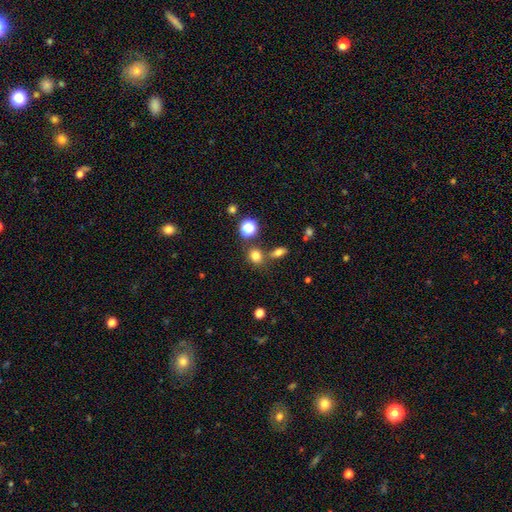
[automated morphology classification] Smooth or featured: smooth — 77% (star or artifact — 16%)
How rounded: round — 67% (in between — 31%)
Merging: none — 68% (merger — 17%)